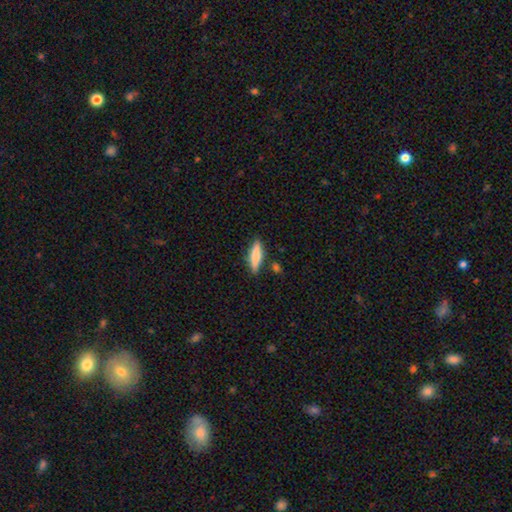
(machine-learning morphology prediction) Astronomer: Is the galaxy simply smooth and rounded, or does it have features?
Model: smooth — 71%.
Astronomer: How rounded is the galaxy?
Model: cigar-shaped — 69%.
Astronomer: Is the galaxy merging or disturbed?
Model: none — 80%.